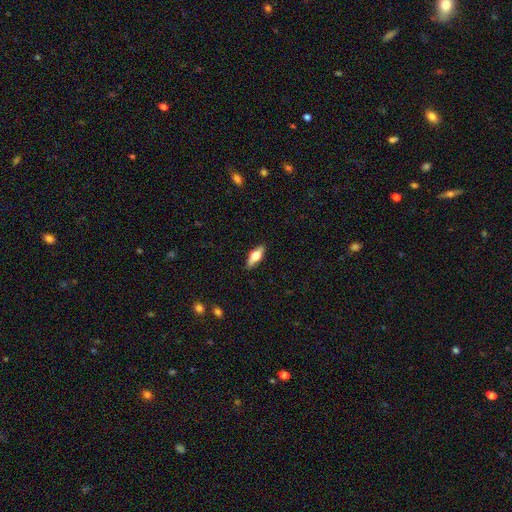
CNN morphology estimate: A smooth galaxy with no disk features (48%).

Vote fractions:
- Smooth or featured? smooth: 48% / featured or disk: 45% / star or artifact: 7%
- Merging? none: 88% / minor disturbance: 9% / major disturbance: 2% / merger: 1%